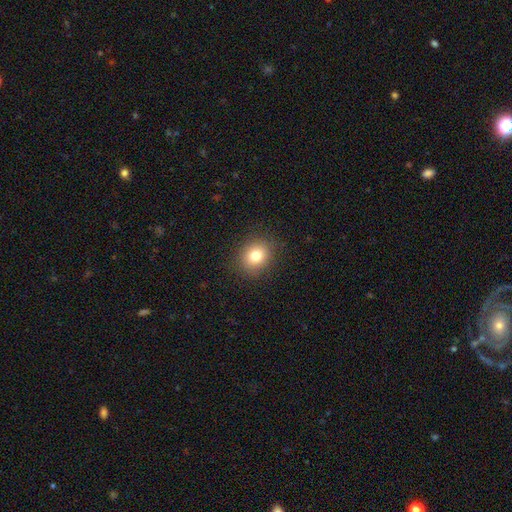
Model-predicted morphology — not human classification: Smooth or featured? smooth (79%)
How rounded? round (72%)
Merging? none (88%)